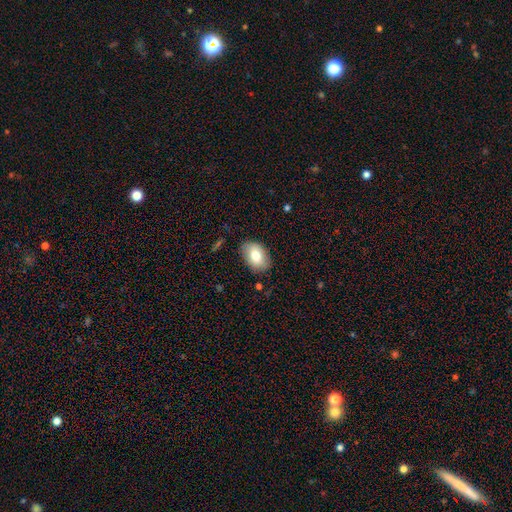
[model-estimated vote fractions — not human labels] smooth-or-featured: smooth: 76% | featured or disk: 17% | star or artifact: 7%
  how-rounded: in between: 82% | round: 16% | cigar-shaped: 1%
  merging: none: 83% | minor disturbance: 13% | major disturbance: 3% | merger: 1%